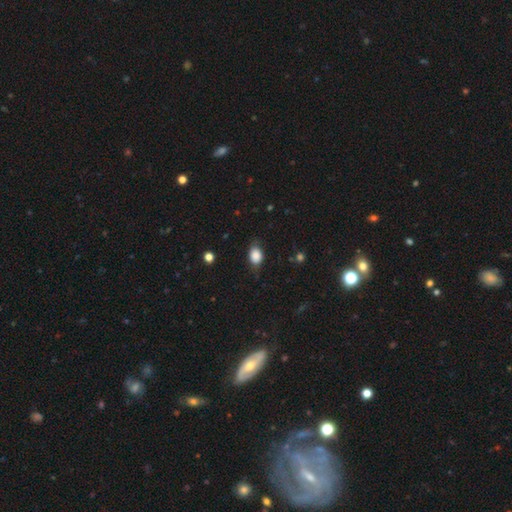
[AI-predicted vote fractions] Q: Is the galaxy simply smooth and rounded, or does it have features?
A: smooth — 84%.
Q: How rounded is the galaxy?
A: in between — 77%.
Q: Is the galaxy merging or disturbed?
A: none — 70%.